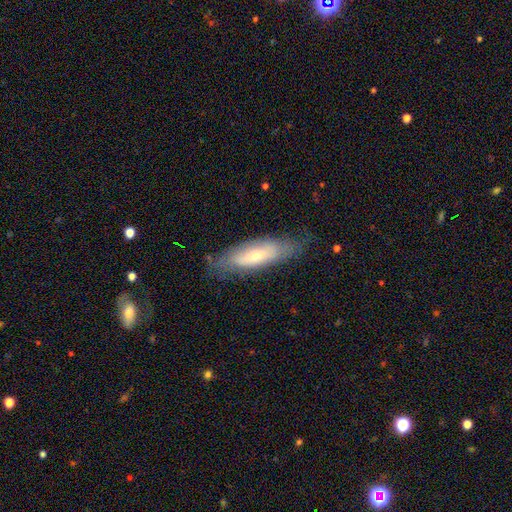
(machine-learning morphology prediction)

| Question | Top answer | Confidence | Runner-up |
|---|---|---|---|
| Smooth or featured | smooth | 55% | featured or disk (38%) |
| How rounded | cigar-shaped | 50% | in between (49%) |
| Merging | none | 71% | minor disturbance (21%) |